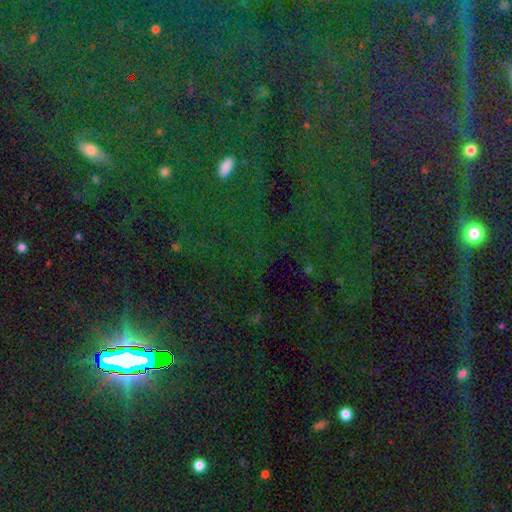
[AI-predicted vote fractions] Smooth or featured? star or artifact (82%)